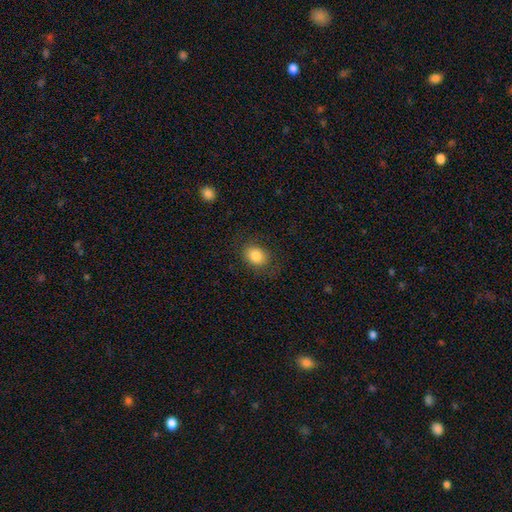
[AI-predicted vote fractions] Overall: smooth (85%). How rounded: in between (55%; round 44%). Merging: none (80%).